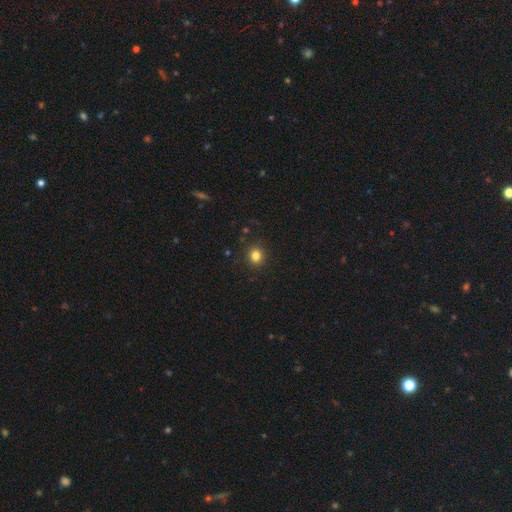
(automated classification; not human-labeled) Q: Smooth or featured?
A: smooth (83%); runner-up: star or artifact (13%)
Q: How rounded?
A: round (85%); runner-up: in between (14%)
Q: Merging?
A: none (90%); runner-up: minor disturbance (6%)